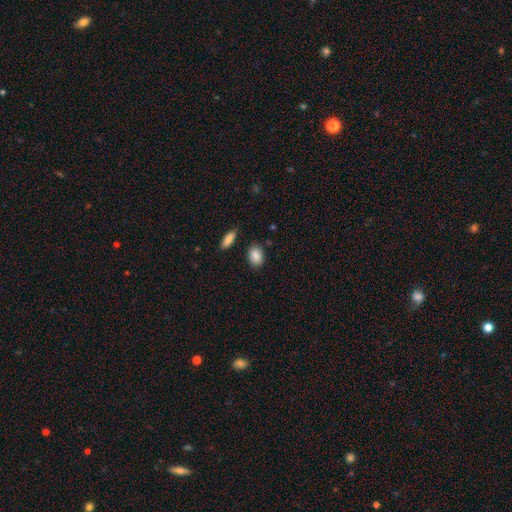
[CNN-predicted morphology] smooth-or-featured: smooth: 88% | star or artifact: 7% | featured or disk: 5%
  how-rounded: in between: 84% | round: 14% | cigar-shaped: 2%
  merging: none: 84% | minor disturbance: 11% | merger: 3% | major disturbance: 3%